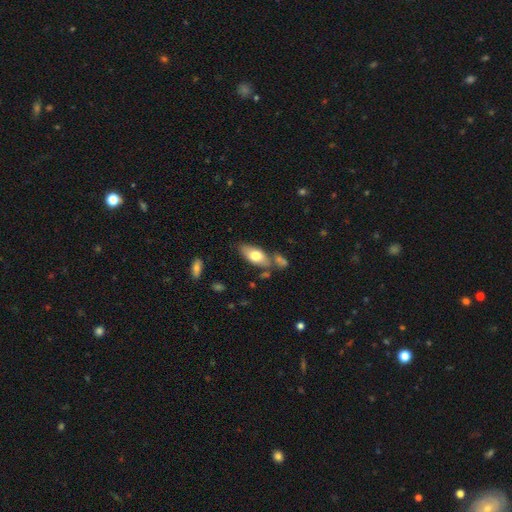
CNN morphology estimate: This is likely a smooth galaxy (72%). How rounded: clearly in between (86%). Merging: likely none (64%).